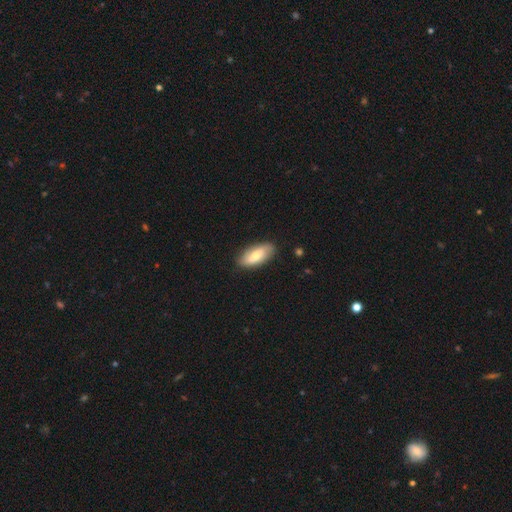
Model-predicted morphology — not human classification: Q: Smooth or featured?
A: smooth (63%); runner-up: featured or disk (31%)
Q: How rounded?
A: in between (86%); runner-up: cigar-shaped (11%)
Q: Merging?
A: none (84%); runner-up: minor disturbance (13%)